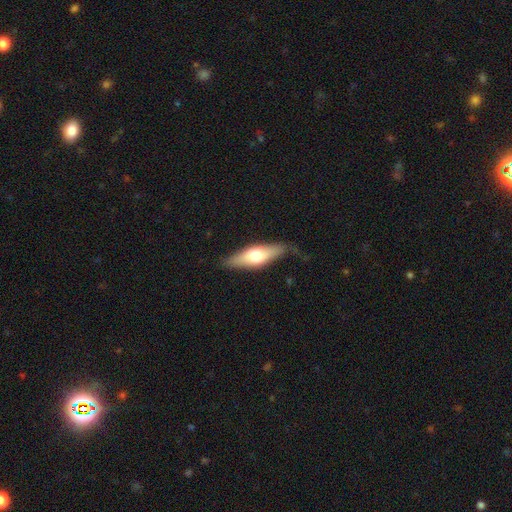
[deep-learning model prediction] Smooth or featured: smooth — 53% (featured or disk — 42%)
How rounded: in between — 50% (cigar-shaped — 47%)
Merging: none — 77% (minor disturbance — 18%)